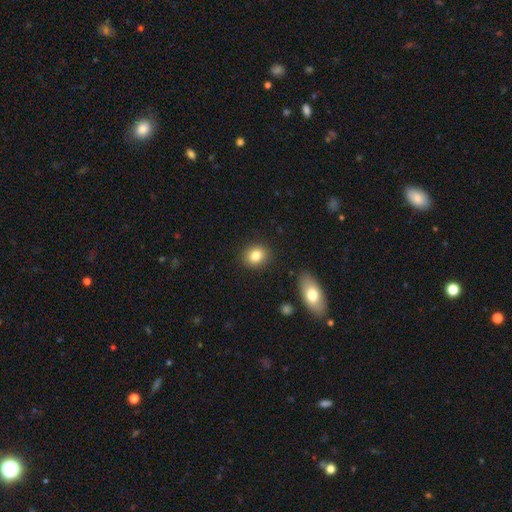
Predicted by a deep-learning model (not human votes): A smooth galaxy with no disk features (83%) that is round (65%). Merging: none (88%).